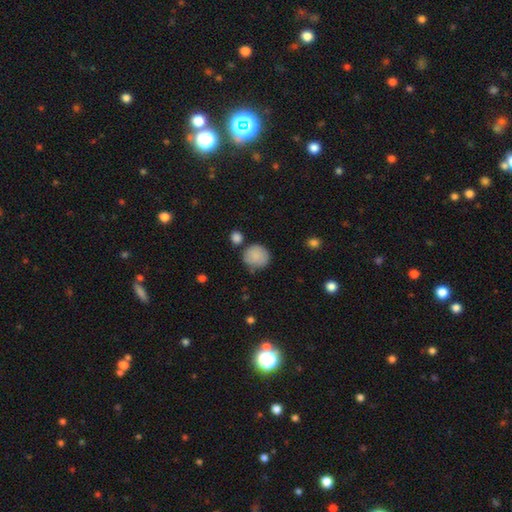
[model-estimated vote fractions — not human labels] Overall: smooth (83%). How rounded: round (86%). Merging: none (66%).